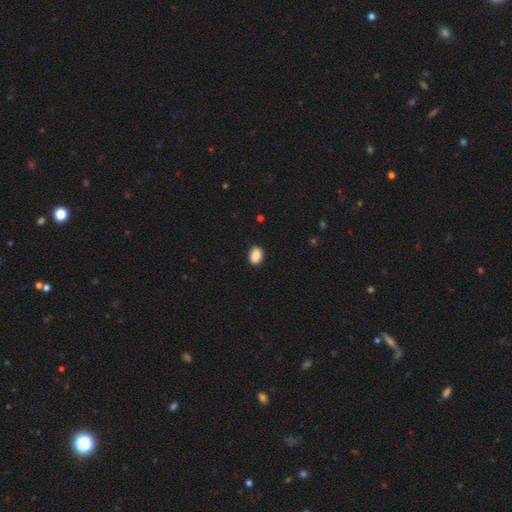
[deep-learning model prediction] Smooth or featured?
  - smooth: 89% *
  - star or artifact: 8%
  - featured or disk: 3%
How rounded?
  - in between: 84% *
  - round: 14%
  - cigar-shaped: 1%
Merging?
  - none: 90% *
  - minor disturbance: 8%
  - major disturbance: 2%
  - merger: 1%